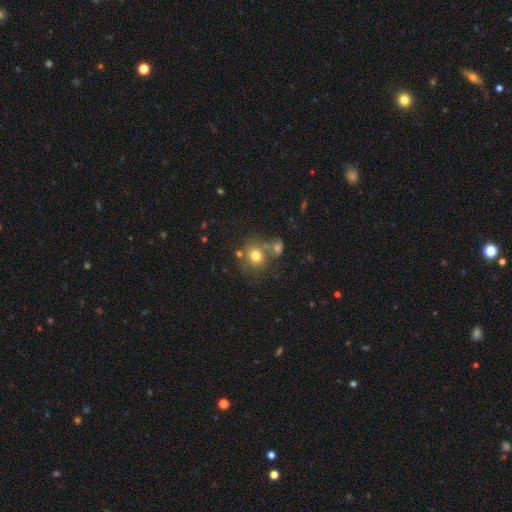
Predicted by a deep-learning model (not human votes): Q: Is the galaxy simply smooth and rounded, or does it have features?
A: smooth — 74%.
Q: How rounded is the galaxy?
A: round — 73%.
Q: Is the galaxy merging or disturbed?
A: none — 59%.